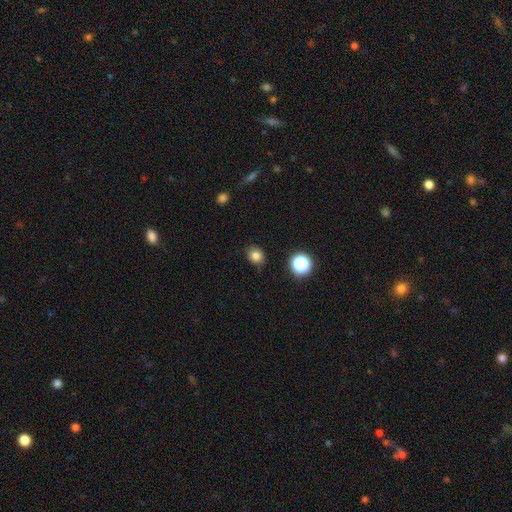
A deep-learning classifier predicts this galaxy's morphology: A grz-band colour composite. It shows a smooth galaxy with no disk features (80%) that is round (63%). Merging: none (84%).